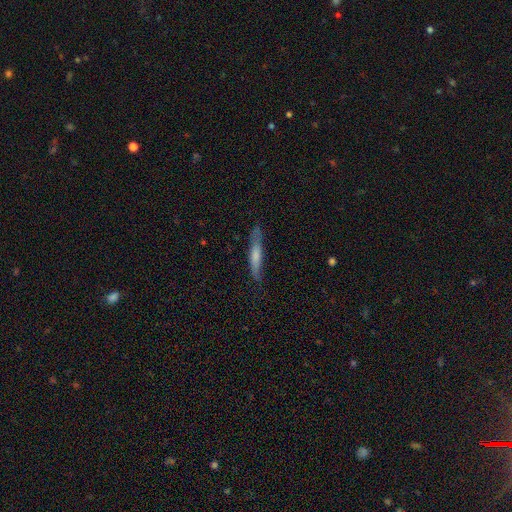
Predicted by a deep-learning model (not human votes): The model was most divided on "smooth or featured": smooth: 58%, featured or disk: 36%, star or artifact: 6%. More confident: how rounded — cigar-shaped (90%); merging — none (75%).